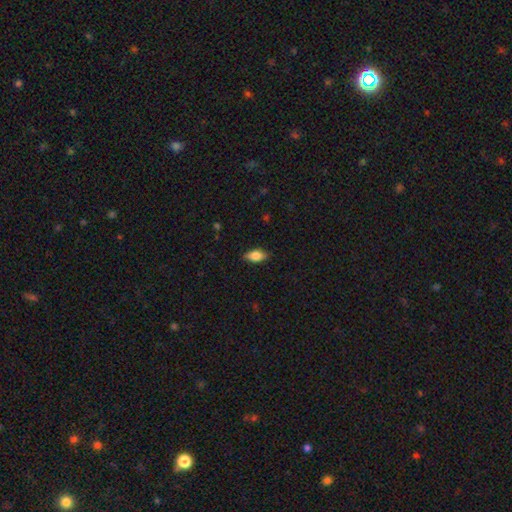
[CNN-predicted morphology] smooth 82%, featured or disk 11%, star or artifact 7%. Down the decision tree: how rounded — in between (88%); merging — none (84%).